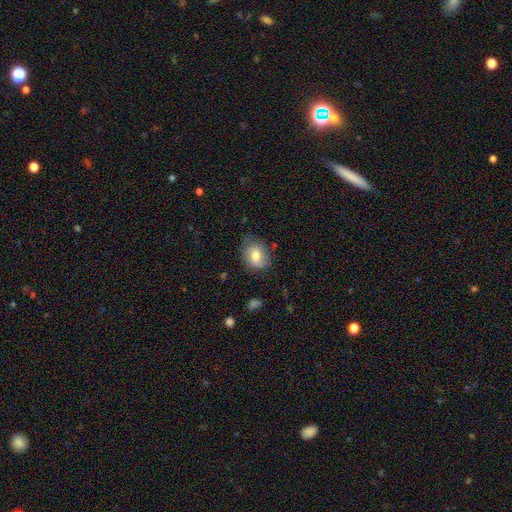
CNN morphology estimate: Q: Smooth or featured?
A: smooth (74%); runner-up: featured or disk (18%)
Q: How rounded?
A: in between (56%); runner-up: round (43%)
Q: Merging?
A: none (70%); runner-up: minor disturbance (23%)